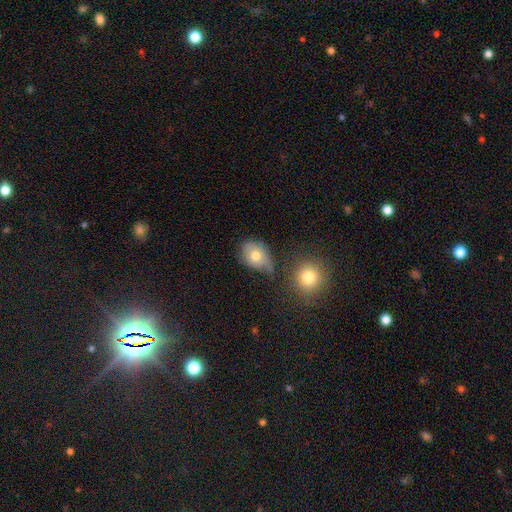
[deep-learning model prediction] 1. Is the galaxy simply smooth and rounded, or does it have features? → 68% smooth, 22% featured or disk, 10% star or artifact.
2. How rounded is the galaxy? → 58% in between, 41% round, 1% cigar-shaped.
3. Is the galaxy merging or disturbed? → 42% none, 33% minor disturbance, 15% major disturbance, 10% merger.